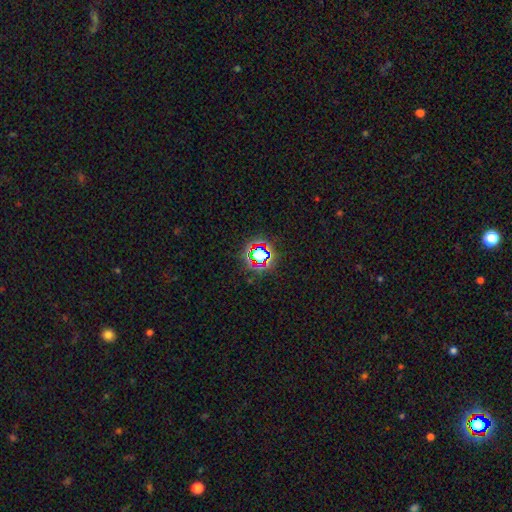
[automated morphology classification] type=star or artifact (68%).